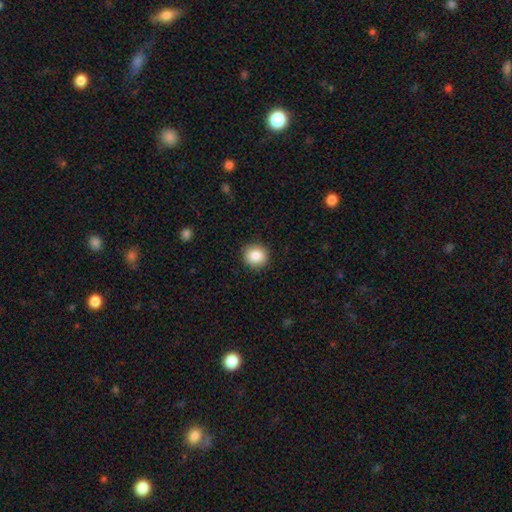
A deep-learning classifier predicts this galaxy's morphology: Smooth or featured? smooth (86%)
How rounded? round (91%)
Merging? none (90%)